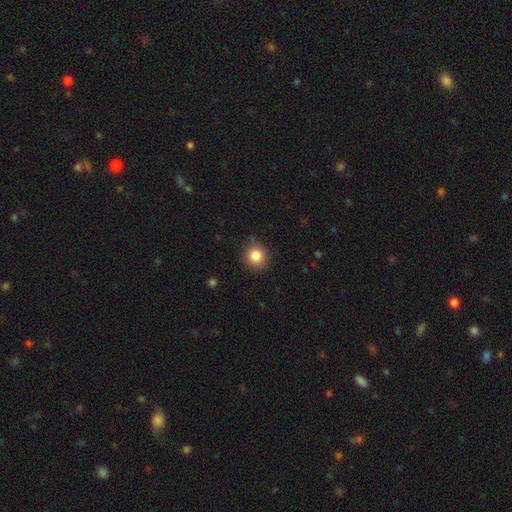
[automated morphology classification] Smooth or featured?
  - smooth: 85% *
  - star or artifact: 10%
  - featured or disk: 5%
How rounded?
  - round: 86% *
  - in between: 13%
  - cigar-shaped: 1%
Merging?
  - none: 84% *
  - minor disturbance: 12%
  - major disturbance: 3%
  - merger: 1%